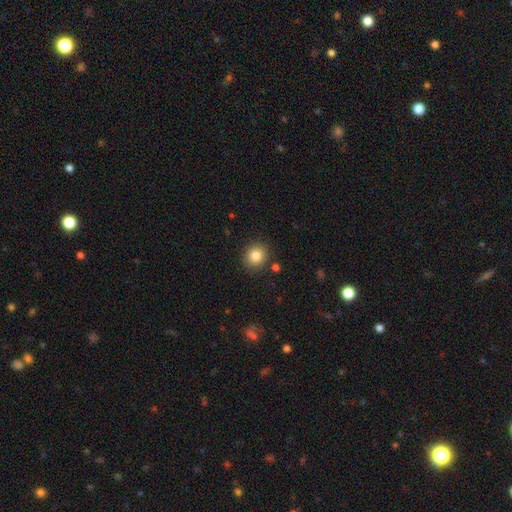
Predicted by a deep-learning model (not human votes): Smooth or featured? Predicted: smooth (p=0.83). How rounded? Predicted: round (p=0.84). Merging? Predicted: none (p=0.88).